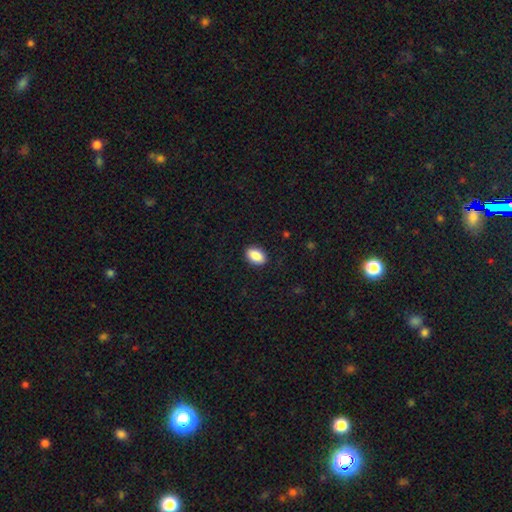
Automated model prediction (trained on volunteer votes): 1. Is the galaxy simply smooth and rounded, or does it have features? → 89% smooth, 7% star or artifact, 4% featured or disk.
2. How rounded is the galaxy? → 90% in between, 8% round, 2% cigar-shaped.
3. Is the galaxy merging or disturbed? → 88% none, 9% minor disturbance, 2% major disturbance, 1% merger.